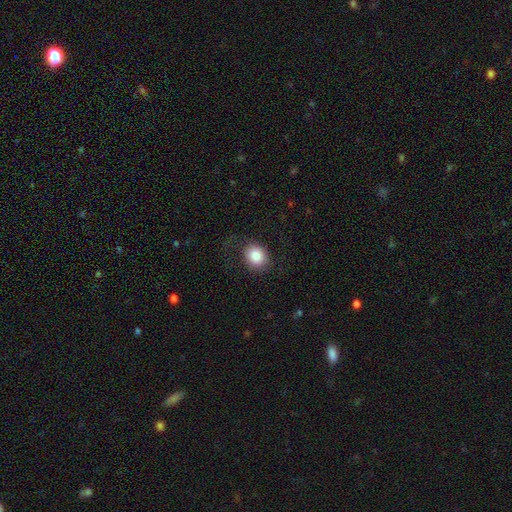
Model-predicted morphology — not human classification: The model was most divided on "how rounded": round: 57%, in between: 43%, cigar-shaped: 1%. More confident: smooth or featured — smooth (84%); merging — none (74%).